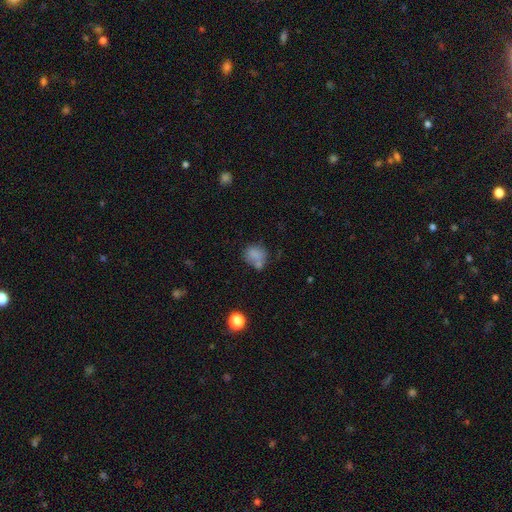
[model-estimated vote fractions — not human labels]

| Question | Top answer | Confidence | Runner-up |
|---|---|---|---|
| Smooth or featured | smooth | 75% | featured or disk (12%) |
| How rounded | round | 63% | in between (36%) |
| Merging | none | 44% | merger (24%) |